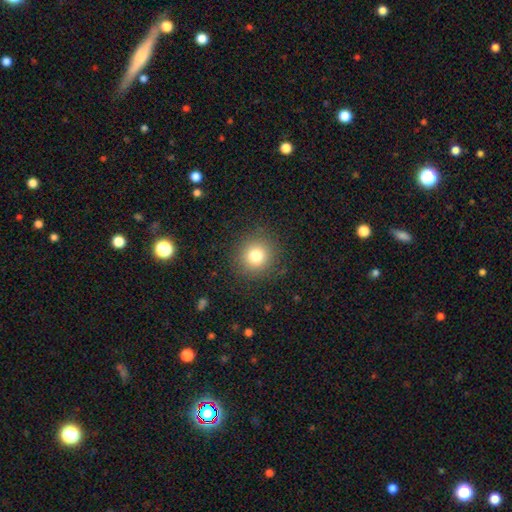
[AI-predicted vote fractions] This appears to be a smooth galaxy with no disk features (79%) that is round (90%). Merging: none (88%).